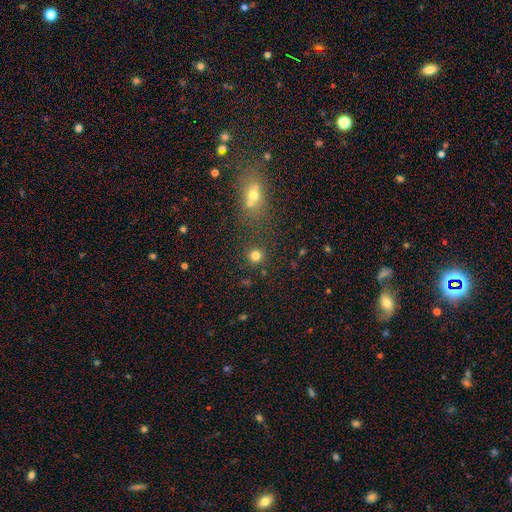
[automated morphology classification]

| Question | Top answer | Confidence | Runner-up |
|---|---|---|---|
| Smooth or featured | smooth | 79% | star or artifact (16%) |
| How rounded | round | 93% | in between (6%) |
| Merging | none | 84% | minor disturbance (7%) |